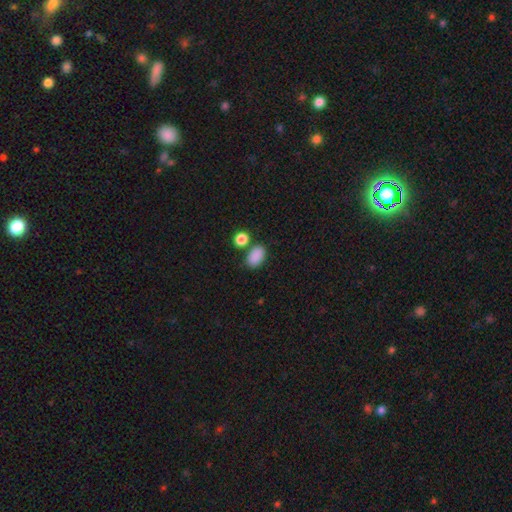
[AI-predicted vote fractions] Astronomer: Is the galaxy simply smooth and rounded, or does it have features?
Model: smooth — 88%.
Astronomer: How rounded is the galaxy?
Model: in between — 87%.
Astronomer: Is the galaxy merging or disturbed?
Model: none — 72%.